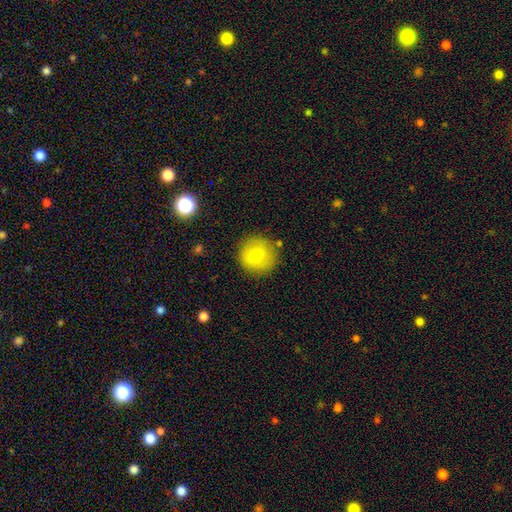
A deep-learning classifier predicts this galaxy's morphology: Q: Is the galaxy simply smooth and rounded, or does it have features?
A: smooth — 78%.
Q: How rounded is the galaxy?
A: round — 94%.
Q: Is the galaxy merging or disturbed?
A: none — 85%.